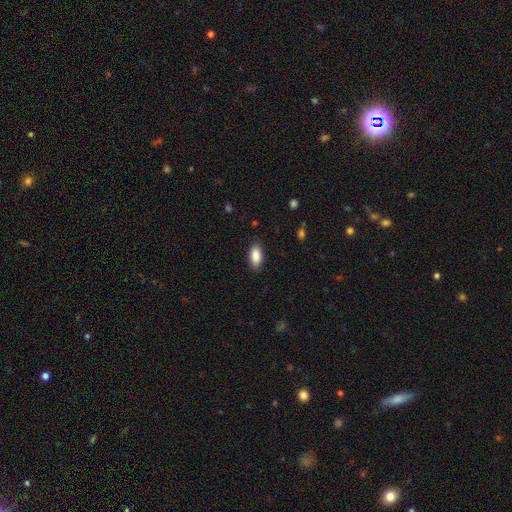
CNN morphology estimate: A smooth galaxy with no disk features (89%) that is in between round and cigar-shaped (93%). Merging: none (87%).